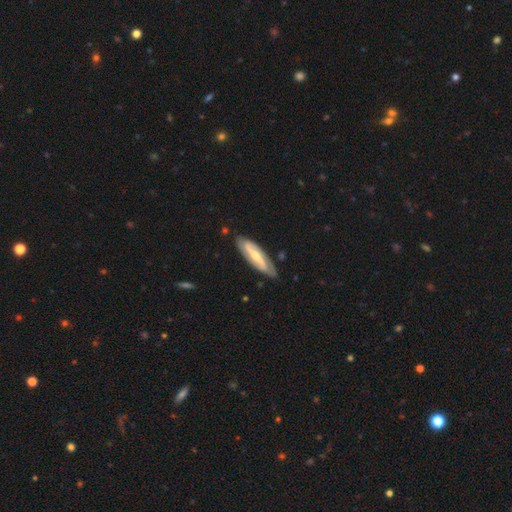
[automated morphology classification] Smooth or featured: featured or disk — 74% (smooth — 22%)
Edge-on disk: no — 80% (yes — 20%)
Bar: strong — 48% (weak — 34%)
Spiral arms: yes — 89% (no — 11%)
Spiral winding: medium — 39% (loose — 31%)
Spiral arm count: 2 — 83% (can't tell — 11%)
Bulge size: small — 51% (moderate — 41%)
Merging: none — 81% (minor disturbance — 14%)